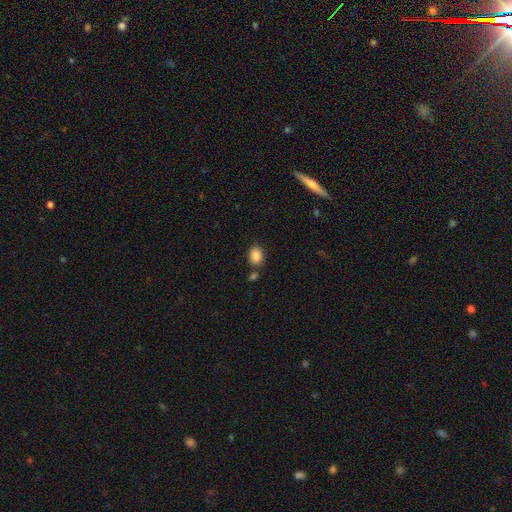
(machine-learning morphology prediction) This appears to be a smooth galaxy with no disk features (86%) that is in between round and cigar-shaped (66%). Merging: none (75%).